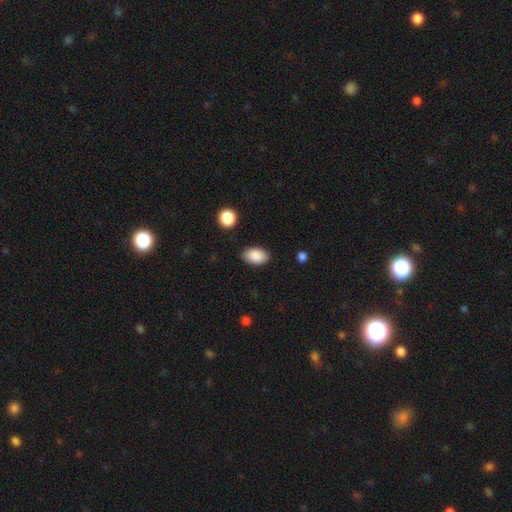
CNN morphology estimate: A smooth galaxy with no disk features (89%) that is in between round and cigar-shaped (91%).

Vote fractions:
- Smooth or featured? smooth: 89% / star or artifact: 7% / featured or disk: 4%
- How rounded? in between: 91% / round: 8% / cigar-shaped: 1%
- Merging? none: 86% / minor disturbance: 10% / major disturbance: 2% / merger: 2%